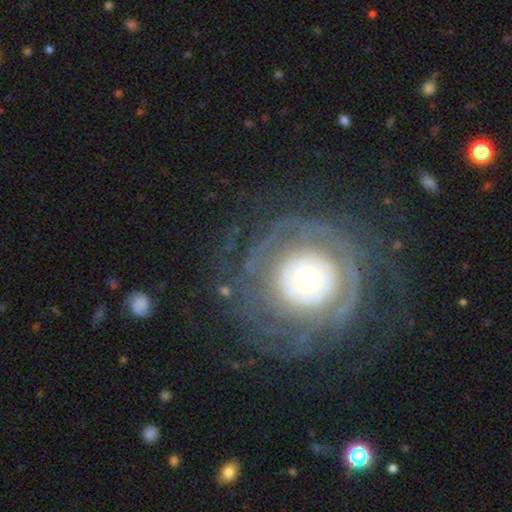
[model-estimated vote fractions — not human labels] This is likely a featured or disk galaxy (71%). It is clearly not viewed edge-on (96%). Bar: clearly no (85%). Spiral arm pattern: likely yes (73%). Spiral arm count: possibly can't tell (50%). Spiral winding: likely tight (71%). Central bulge: possibly small (46%). Merging: likely none (69%).